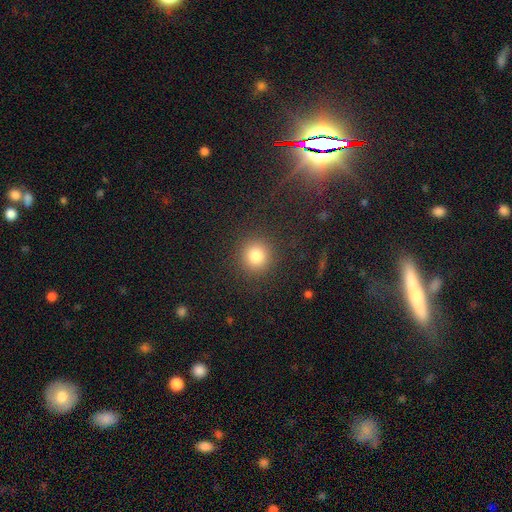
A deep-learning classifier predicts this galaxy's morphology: Smooth or featured: smooth — 81% (star or artifact — 13%)
How rounded: round — 93% (in between — 6%)
Merging: none — 90% (minor disturbance — 6%)